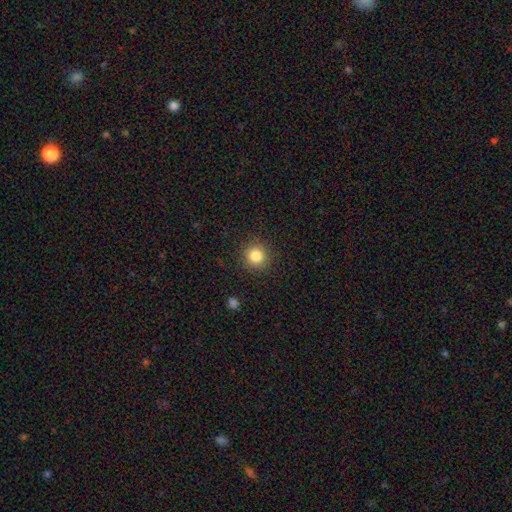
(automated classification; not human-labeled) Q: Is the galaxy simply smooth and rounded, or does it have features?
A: smooth — 83%.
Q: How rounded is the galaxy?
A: round — 94%.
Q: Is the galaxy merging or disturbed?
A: none — 90%.